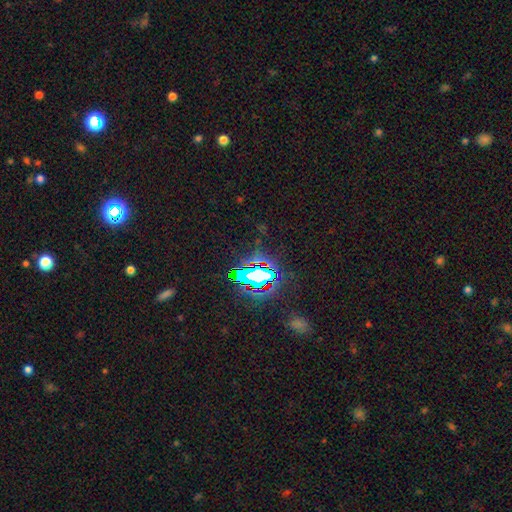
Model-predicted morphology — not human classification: Smooth or featured? star or artifact (81%)